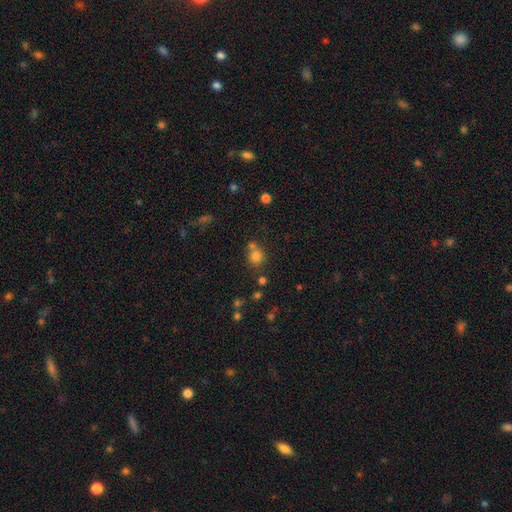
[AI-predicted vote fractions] A smooth galaxy with no disk features (75%) that is round (83%). Merging: none (62%).